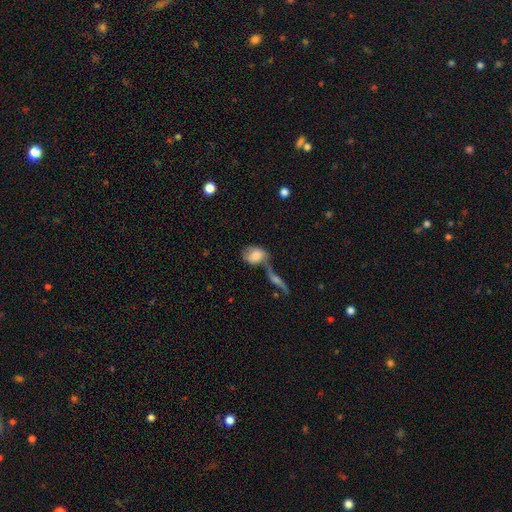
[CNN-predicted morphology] This is likely a smooth galaxy (70%). How rounded: likely in between (68%). Merging: marginally merger (45%).